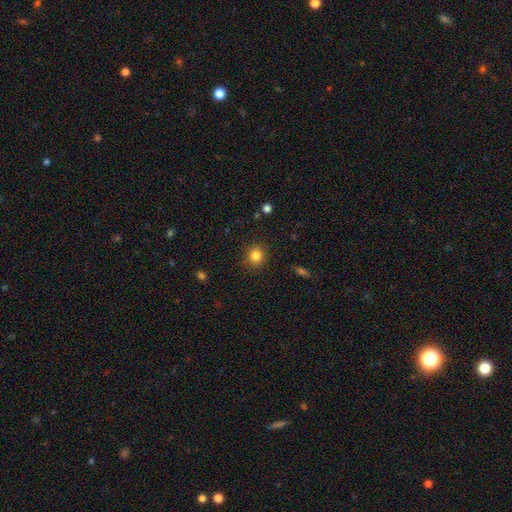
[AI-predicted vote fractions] A smooth galaxy with no disk features (84%) that is round (88%). Merging: none (88%).